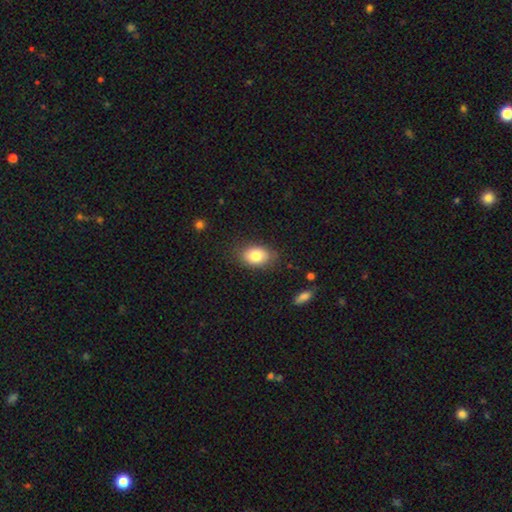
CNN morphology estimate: type=smooth (81%); roundness=in between (82%); merging=none (80%).